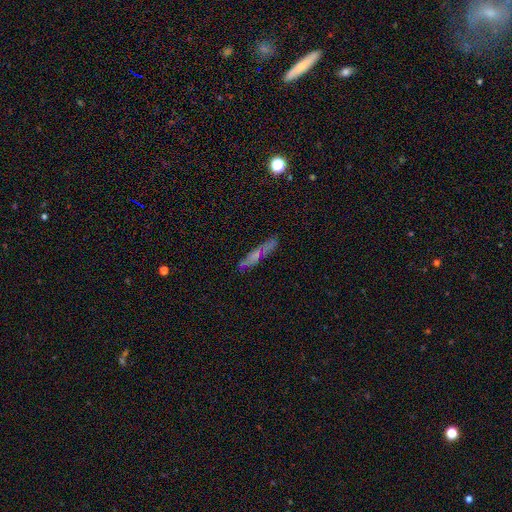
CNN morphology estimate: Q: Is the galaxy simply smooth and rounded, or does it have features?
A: smooth — 51%.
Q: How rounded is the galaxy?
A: cigar-shaped — 85%.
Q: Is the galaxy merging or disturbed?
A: none — 79%.